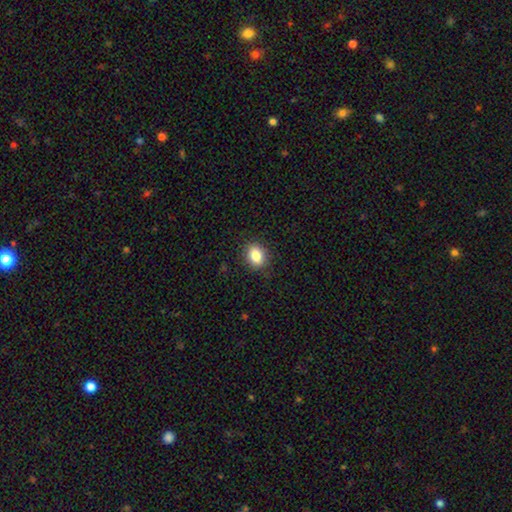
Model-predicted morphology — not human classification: The model was most divided on "how rounded": in between: 58%, round: 41%, cigar-shaped: 1%. More confident: merging — none (88%); smooth or featured — smooth (84%).